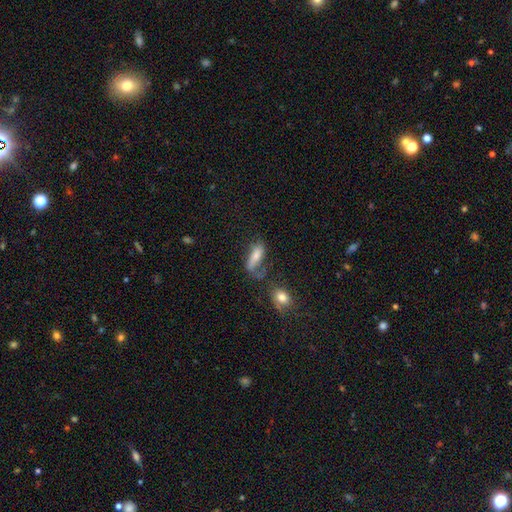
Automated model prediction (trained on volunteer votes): A smooth galaxy with no disk features (62%) that is in between round and cigar-shaped (54%). Merging: none (42%).